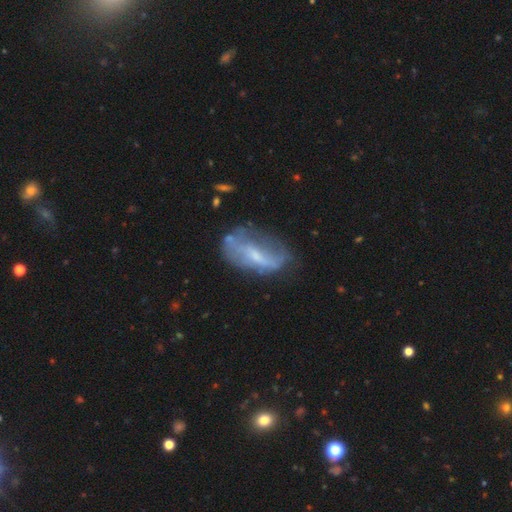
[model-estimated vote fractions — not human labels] This appears to be a featured or disk galaxy (57%) with a weak bar (41%), no spiral arms (53%) and a small central bulge (46%). Merging: none (45%).